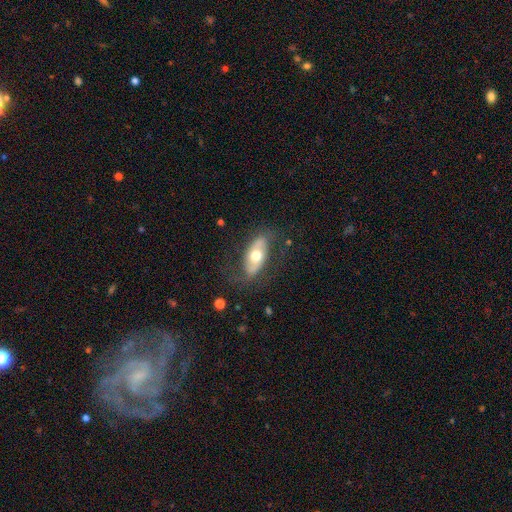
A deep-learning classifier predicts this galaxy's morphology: Smooth or featured? Predicted: featured or disk (p=0.52). Edge-on disk? Predicted: no (p=0.81). Merging? Predicted: none (p=0.72).